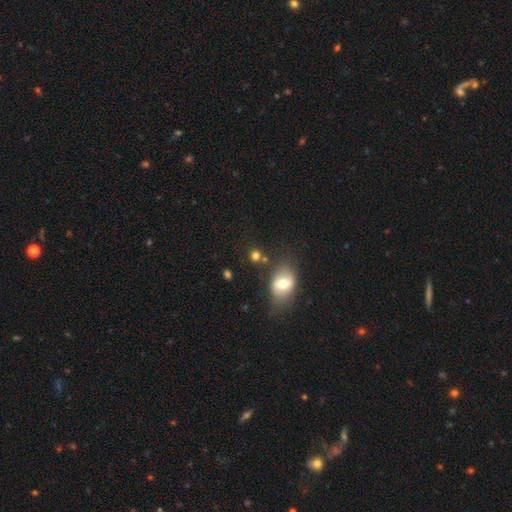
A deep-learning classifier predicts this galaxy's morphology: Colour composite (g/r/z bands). It shows a smooth galaxy with no disk features (75%) that is round (73%). Merging: none (70%).